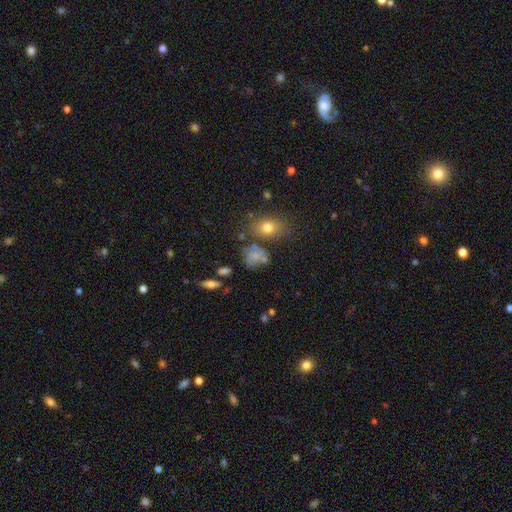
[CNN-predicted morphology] A smooth galaxy with no disk features (53%) that is round (55%). Merging: none (51%).